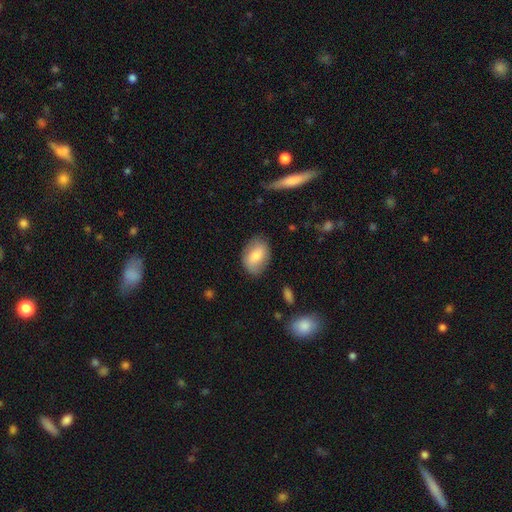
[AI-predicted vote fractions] smooth-or-featured: smooth: 74% | featured or disk: 19% | star or artifact: 7%
  how-rounded: in between: 80% | round: 18% | cigar-shaped: 2%
  merging: none: 81% | minor disturbance: 14% | major disturbance: 4% | merger: 1%